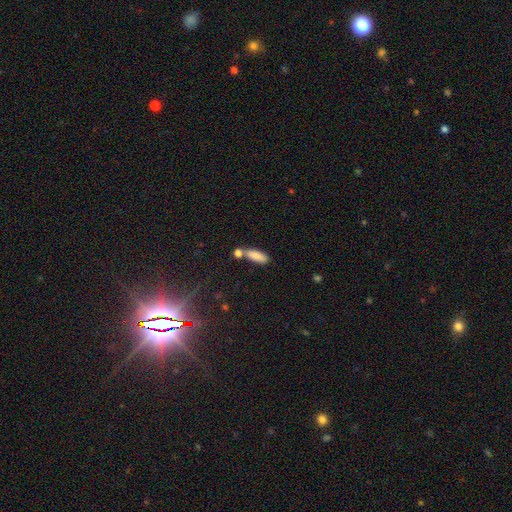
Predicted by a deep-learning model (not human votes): Smooth or featured?
  - smooth: 83% *
  - featured or disk: 9%
  - star or artifact: 8%
How rounded?
  - in between: 64% *
  - cigar-shaped: 34%
  - round: 3%
Merging?
  - none: 54% *
  - merger: 27%
  - minor disturbance: 14%
  - major disturbance: 4%